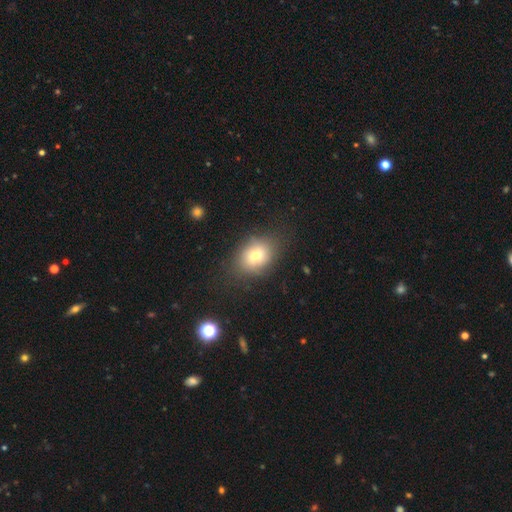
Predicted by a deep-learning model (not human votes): Smooth or featured: smooth — 72% (featured or disk — 16%)
How rounded: in between — 62% (round — 36%)
Merging: none — 74% (minor disturbance — 17%)